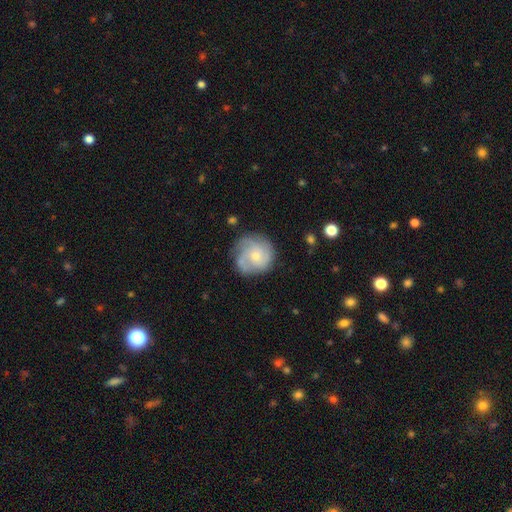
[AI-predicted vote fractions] featured or disk 68%, smooth 25%, star or artifact 7%. Down the decision tree: edge-on disk — no (98%); bar — no (76%); spiral arms — yes (91%); spiral arm count — 3 (44%); spiral winding — tight (46%); bulge size — small (54%); merging — none (72%).